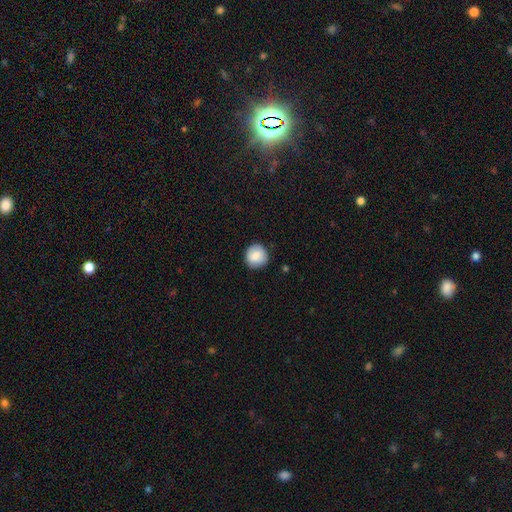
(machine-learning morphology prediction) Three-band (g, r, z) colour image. It shows a smooth galaxy with no disk features (81%) that is round (92%). Merging: none (87%).